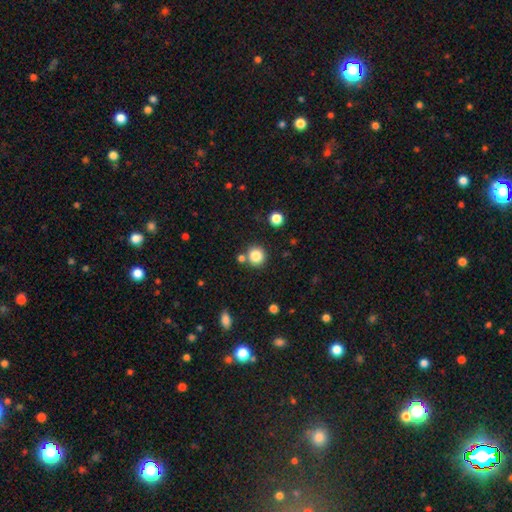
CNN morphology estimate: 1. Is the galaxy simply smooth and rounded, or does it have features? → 83% smooth, 11% star or artifact, 5% featured or disk.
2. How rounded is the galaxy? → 92% round, 7% in between, 1% cigar-shaped.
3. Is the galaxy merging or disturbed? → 78% none, 11% merger, 8% minor disturbance, 3% major disturbance.